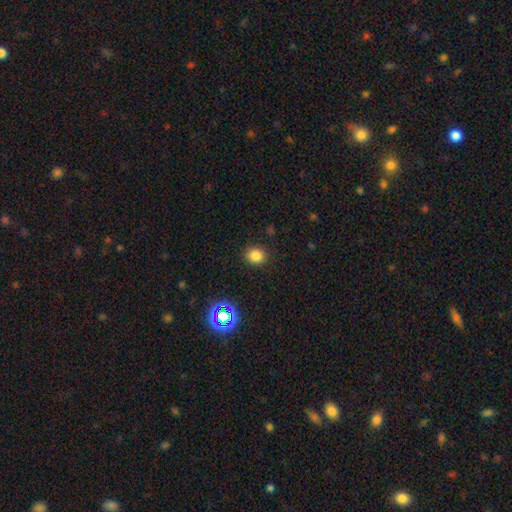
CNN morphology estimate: A smooth galaxy with no disk features (81%) that is round (78%). Merging: none (90%).